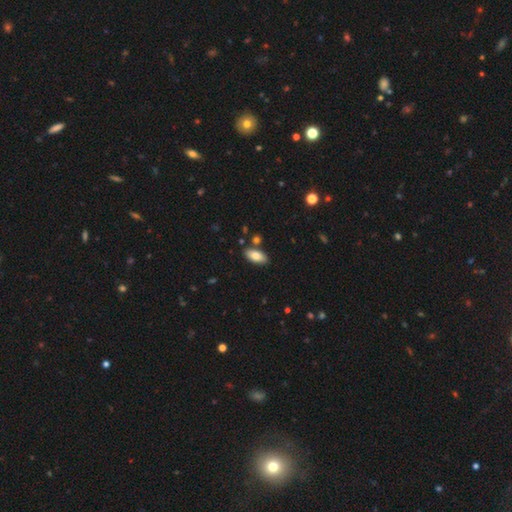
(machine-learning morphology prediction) Q: Smooth or featured?
A: smooth (82%); runner-up: featured or disk (11%)
Q: How rounded?
A: in between (90%); runner-up: cigar-shaped (8%)
Q: Merging?
A: none (84%); runner-up: minor disturbance (10%)